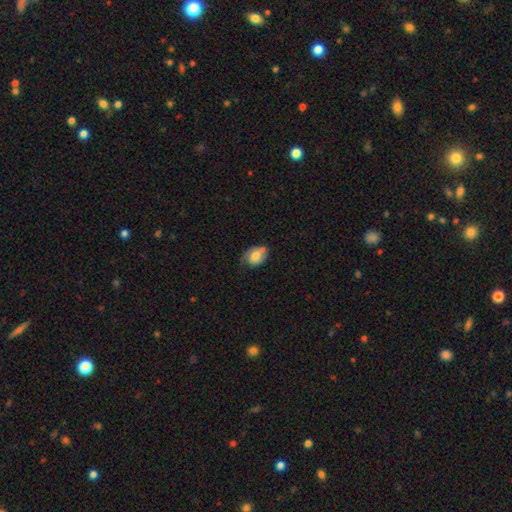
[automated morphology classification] Q: Smooth or featured?
A: smooth (63%); runner-up: featured or disk (28%)
Q: How rounded?
A: in between (65%); runner-up: round (34%)
Q: Merging?
A: none (50%); runner-up: minor disturbance (28%)